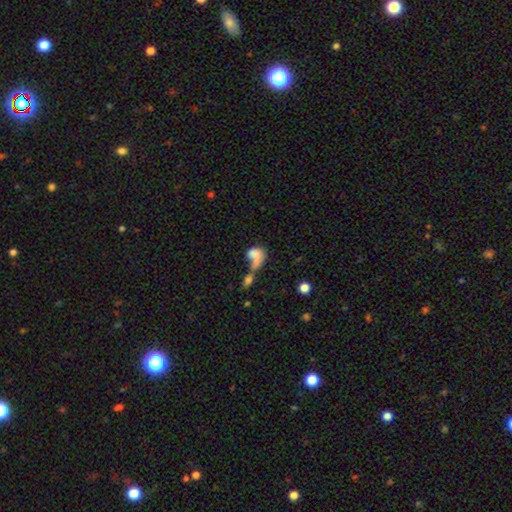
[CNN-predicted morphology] smooth-or-featured: smooth: 70% | featured or disk: 21% | star or artifact: 10%
  how-rounded: in between: 66% | round: 30% | cigar-shaped: 4%
  merging: merger: 58% | major disturbance: 17% | none: 16% | minor disturbance: 9%